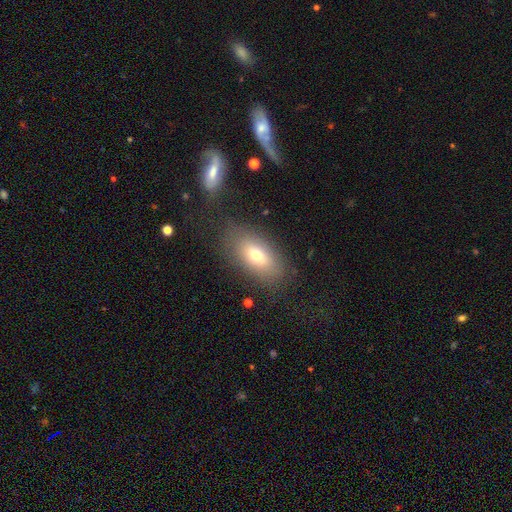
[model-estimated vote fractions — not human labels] Smooth or featured: smooth — 70% (featured or disk — 20%)
How rounded: in between — 88% (round — 7%)
Merging: none — 78% (minor disturbance — 13%)